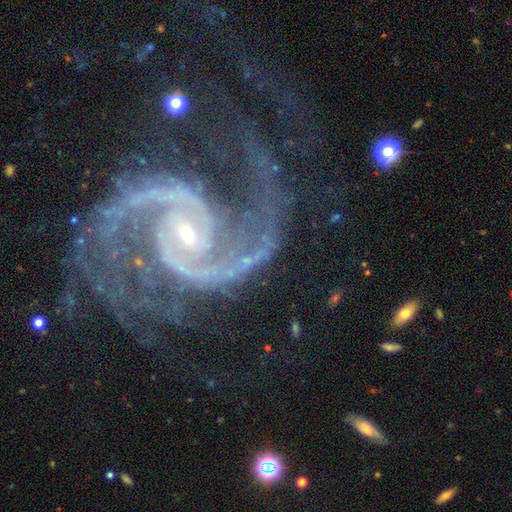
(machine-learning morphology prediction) smooth_or_featured: featured or disk (p=0.92) [alt: star or artifact p=0.06]
disk_edge_on: no (p=0.98) [alt: yes p=0.02]
bar: weak (p=0.40) [alt: no p=0.34]
has_spiral_arms: yes (p=0.99) [alt: no p=0.01]
spiral_winding: medium (p=0.55) [alt: tight p=0.23]
spiral_arm_count: 2 (p=0.84) [alt: 3 p=0.04]
bulge_size: small (p=0.79) [alt: moderate p=0.17]
merging: none (p=0.59) [alt: major disturbance p=0.19]